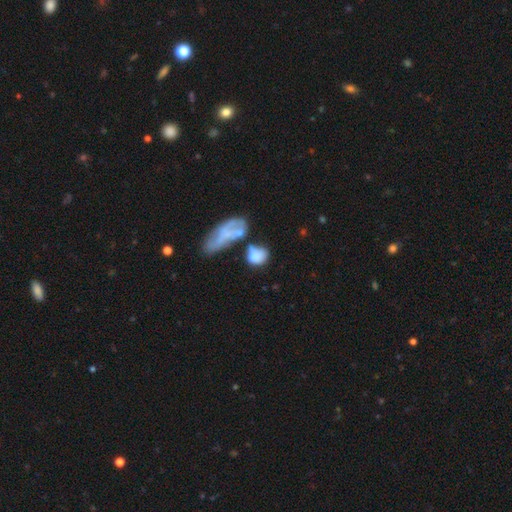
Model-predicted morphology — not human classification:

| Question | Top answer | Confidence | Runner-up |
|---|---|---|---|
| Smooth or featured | smooth | 69% | featured or disk (21%) |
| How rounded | in between | 49% | round (47%) |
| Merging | merger | 33% | none (29%) |